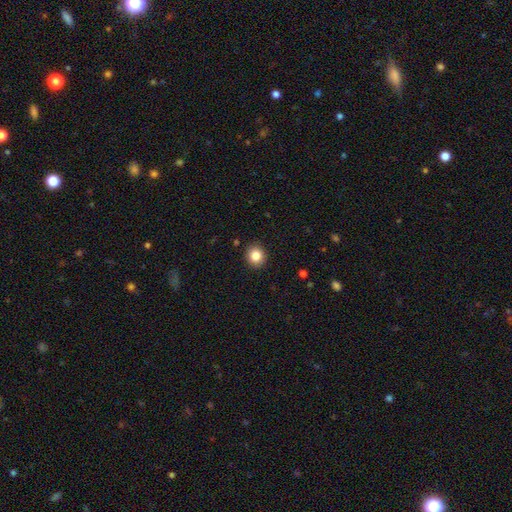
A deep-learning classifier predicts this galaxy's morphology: smooth-or-featured: smooth: 85% | star or artifact: 10% | featured or disk: 5%
  how-rounded: round: 84% | in between: 15% | cigar-shaped: 1%
  merging: none: 91% | minor disturbance: 6% | major disturbance: 2% | merger: 1%